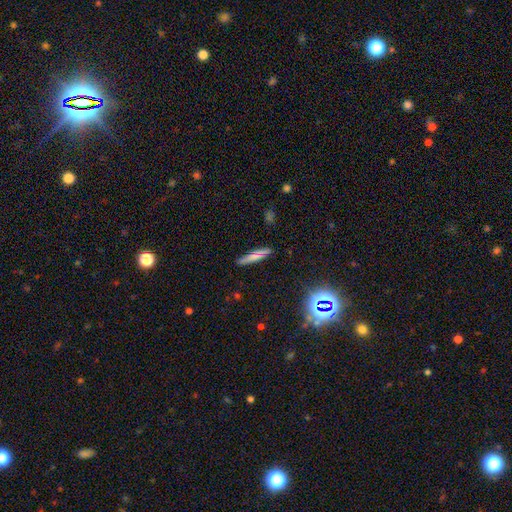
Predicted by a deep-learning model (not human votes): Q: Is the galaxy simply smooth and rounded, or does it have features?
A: smooth — 69%.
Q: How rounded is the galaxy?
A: cigar-shaped — 89%.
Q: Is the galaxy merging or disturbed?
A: none — 87%.